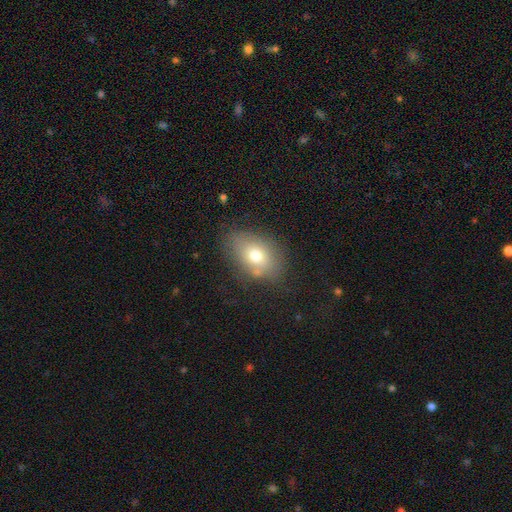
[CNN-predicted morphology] Smooth or featured?
  - smooth: 71% *
  - featured or disk: 18%
  - star or artifact: 10%
How rounded?
  - in between: 82% *
  - round: 16%
  - cigar-shaped: 2%
Merging?
  - none: 73% *
  - minor disturbance: 18%
  - major disturbance: 5%
  - merger: 4%